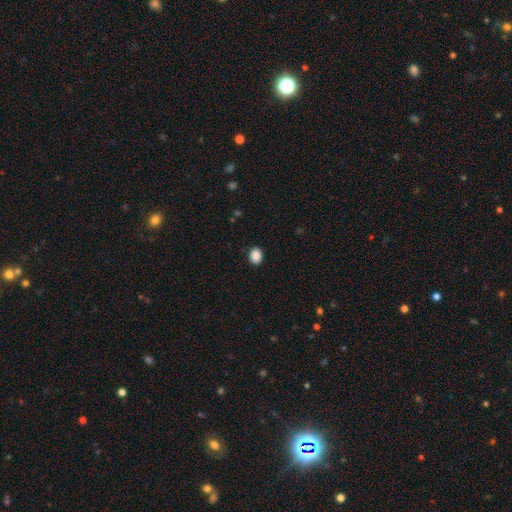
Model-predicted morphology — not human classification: Q: Smooth or featured?
A: smooth (89%); runner-up: star or artifact (8%)
Q: How rounded?
A: in between (54%); runner-up: round (45%)
Q: Merging?
A: none (89%); runner-up: minor disturbance (8%)